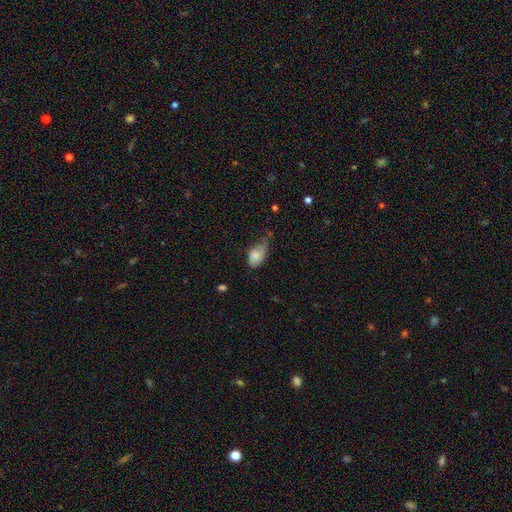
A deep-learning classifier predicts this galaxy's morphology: A smooth galaxy with no disk features (80%) that is in between round and cigar-shaped (86%).

Vote fractions:
- Smooth or featured? smooth: 80% / featured or disk: 13% / star or artifact: 8%
- How rounded? in between: 86% / round: 12% / cigar-shaped: 2%
- Merging? minor disturbance: 47% / major disturbance: 27% / none: 23% / merger: 4%